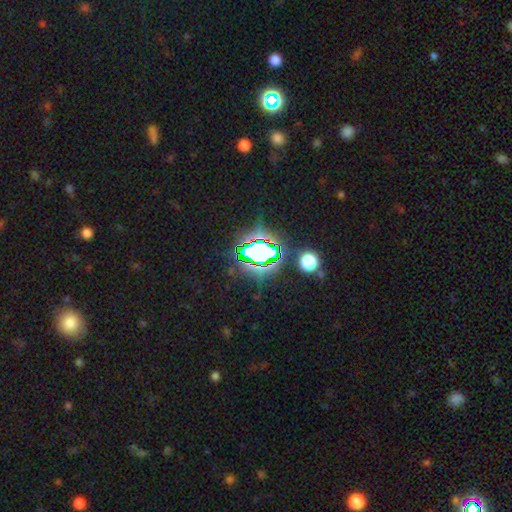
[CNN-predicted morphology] A star or artifact, not a galaxy (77%).

Vote fractions:
- Smooth or featured? star or artifact: 77% / smooth: 14% / featured or disk: 9%